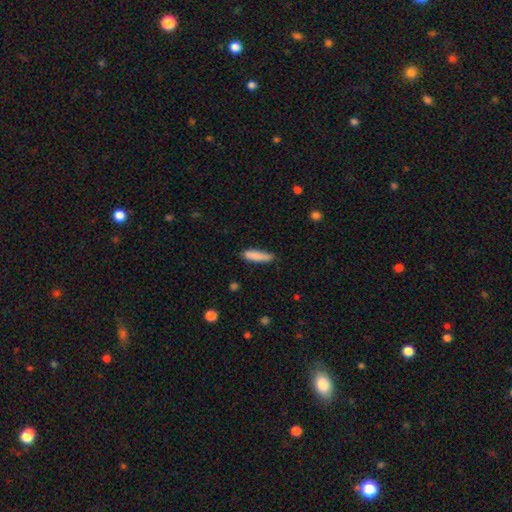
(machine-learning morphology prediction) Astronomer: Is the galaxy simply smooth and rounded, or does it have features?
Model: smooth — 86%.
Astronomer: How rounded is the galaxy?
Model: cigar-shaped — 64%.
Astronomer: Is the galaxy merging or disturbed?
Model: none — 74%.